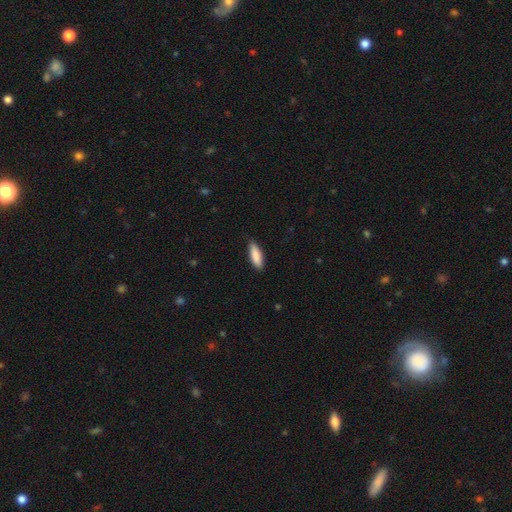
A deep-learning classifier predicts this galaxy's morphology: Smooth or featured? smooth (87%)
How rounded? in between (54%)
Merging? none (80%)